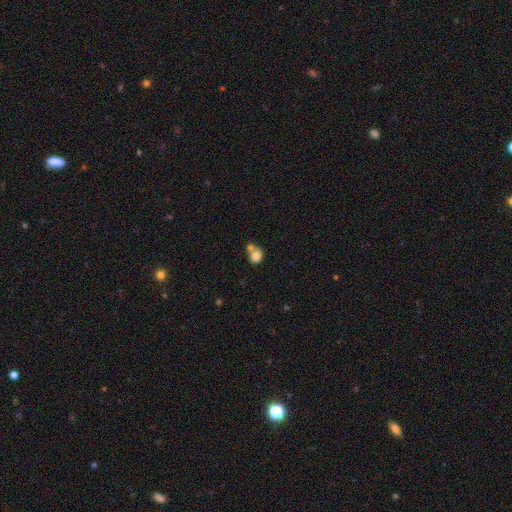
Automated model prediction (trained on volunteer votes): Smooth or featured? Predicted: smooth (p=0.77). How rounded? Predicted: round (p=0.67). Merging? Predicted: merger (p=0.48).